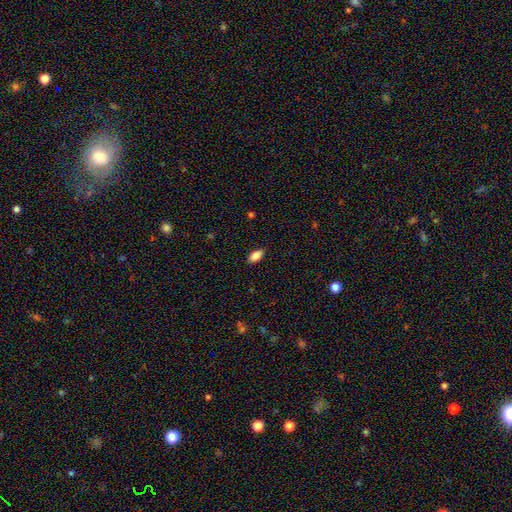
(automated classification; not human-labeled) Q: Smooth or featured?
A: smooth (83%); runner-up: featured or disk (9%)
Q: How rounded?
A: in between (89%); runner-up: cigar-shaped (7%)
Q: Merging?
A: none (88%); runner-up: minor disturbance (9%)